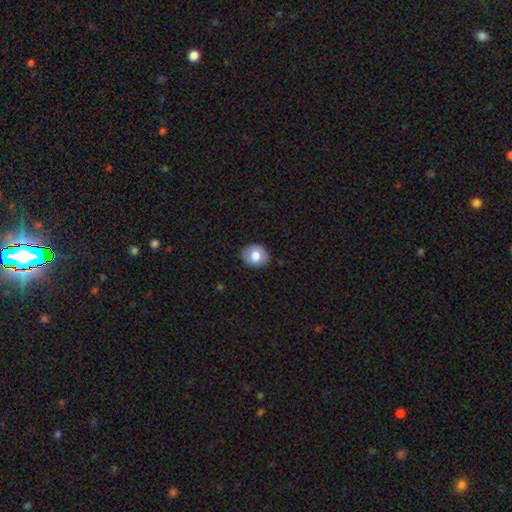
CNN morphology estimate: The model was most divided on "how rounded": round: 59%, in between: 40%, cigar-shaped: 1%. More confident: merging — none (86%); smooth or featured — smooth (79%).